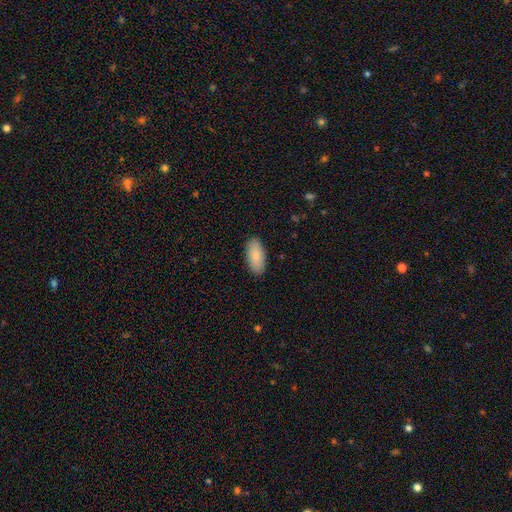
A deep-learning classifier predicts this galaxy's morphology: A smooth galaxy with no disk features (87%) that is in between round and cigar-shaped (90%).

Vote fractions:
- Smooth or featured? smooth: 87% / featured or disk: 7% / star or artifact: 6%
- How rounded? in between: 90% / cigar-shaped: 8% / round: 2%
- Merging? none: 89% / minor disturbance: 8% / major disturbance: 2% / merger: 1%